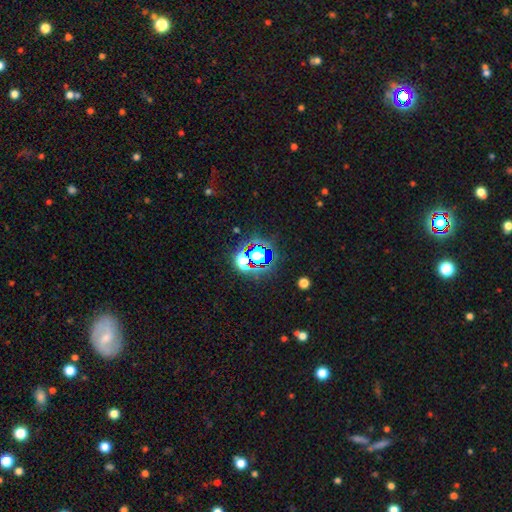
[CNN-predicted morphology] Smooth or featured?
  - star or artifact: 66% *
  - smooth: 22%
  - featured or disk: 12%